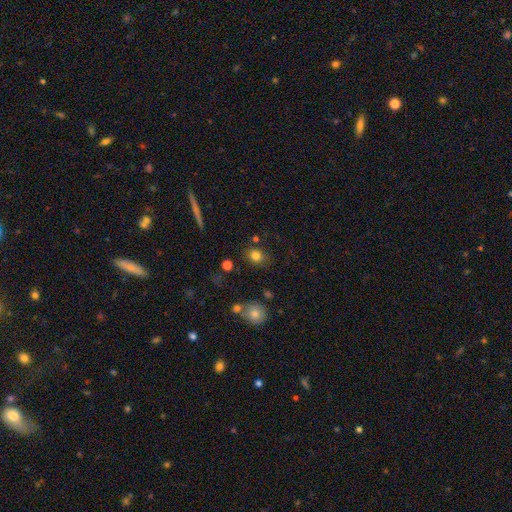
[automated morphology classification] Overall: smooth (80%). How rounded: round (56%; in between 42%). Merging: none (76%).